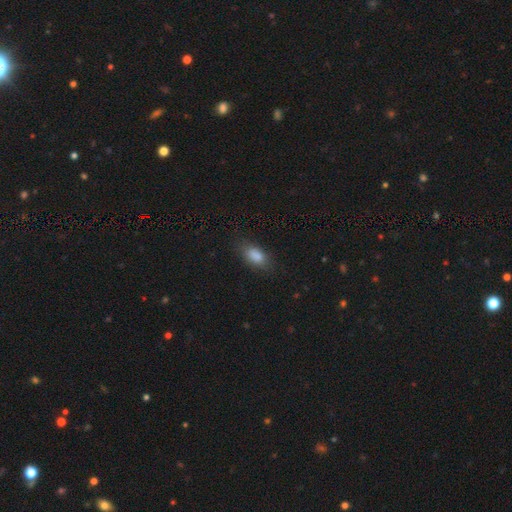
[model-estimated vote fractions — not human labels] Smooth or featured: smooth — 84% (star or artifact — 9%)
How rounded: in between — 87% (cigar-shaped — 8%)
Merging: none — 74% (minor disturbance — 19%)